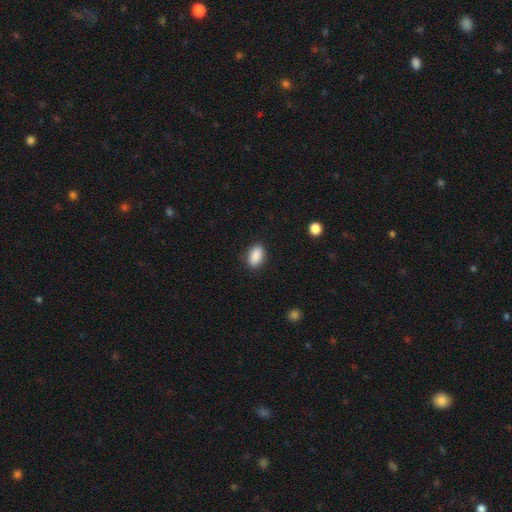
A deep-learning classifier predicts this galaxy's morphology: A smooth galaxy with no disk features (89%) that is in between round and cigar-shaped (91%).

Vote fractions:
- Smooth or featured? smooth: 89% / star or artifact: 8% / featured or disk: 3%
- How rounded? in between: 91% / round: 7% / cigar-shaped: 3%
- Merging? none: 86% / minor disturbance: 10% / major disturbance: 3% / merger: 1%